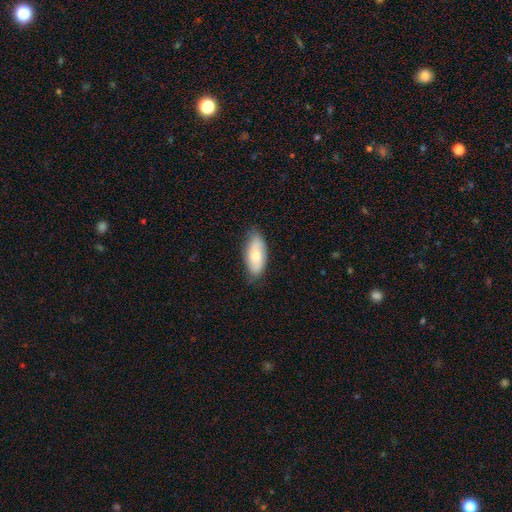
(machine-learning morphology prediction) Overall: smooth (71%). How rounded: in between (88%). Merging: none (76%).